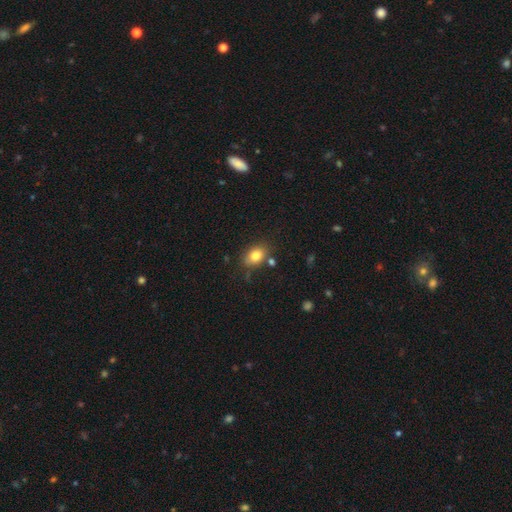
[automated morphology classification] smooth 81%, star or artifact 10%, featured or disk 9%. Down the decision tree: how rounded — in between (70%); merging — none (72%).